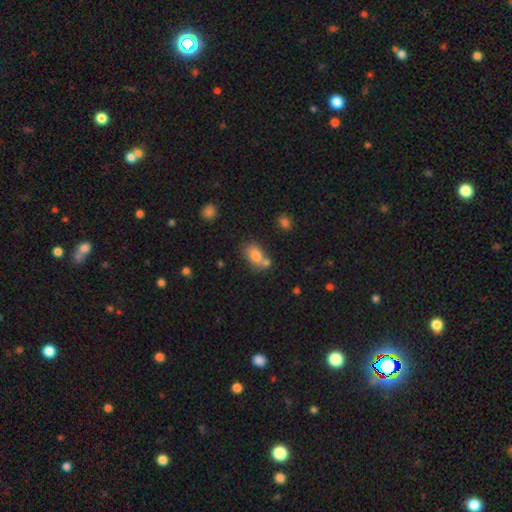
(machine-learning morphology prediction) type=smooth (78%); roundness=in between (78%); merging=none (49%).